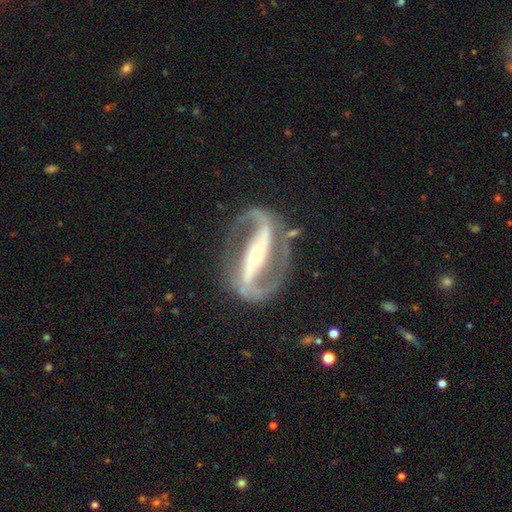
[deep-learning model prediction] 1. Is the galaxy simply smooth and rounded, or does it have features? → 92% featured or disk, 4% star or artifact, 4% smooth.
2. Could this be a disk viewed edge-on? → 94% no, 6% yes.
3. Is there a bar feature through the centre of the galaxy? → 79% strong, 12% weak, 10% no.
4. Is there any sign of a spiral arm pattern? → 96% yes, 4% no.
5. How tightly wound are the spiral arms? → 53% medium, 26% tight, 22% loose.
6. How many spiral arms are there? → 93% 2, 2% can't tell, 2% 1, 1% 3, 1% 4, 1% more than 4.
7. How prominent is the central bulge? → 62% small, 31% moderate, 4% large, 2% none, 2% dominant.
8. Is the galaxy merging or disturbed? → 79% none, 12% minor disturbance, 7% major disturbance, 2% merger.